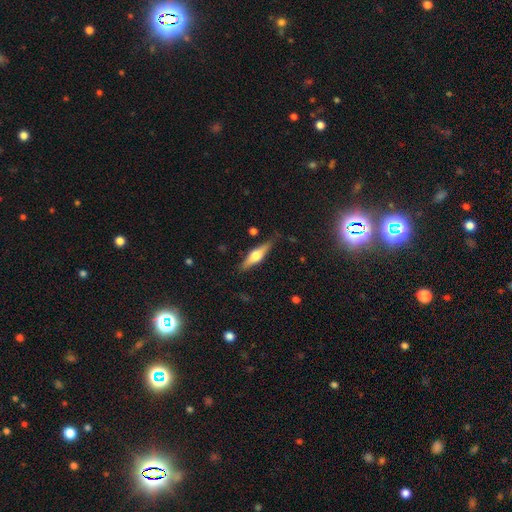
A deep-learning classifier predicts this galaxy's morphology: A featured or disk galaxy (58%) viewed edge-on (95%) with a rounded central bulge (92%). Merging: none (84%).